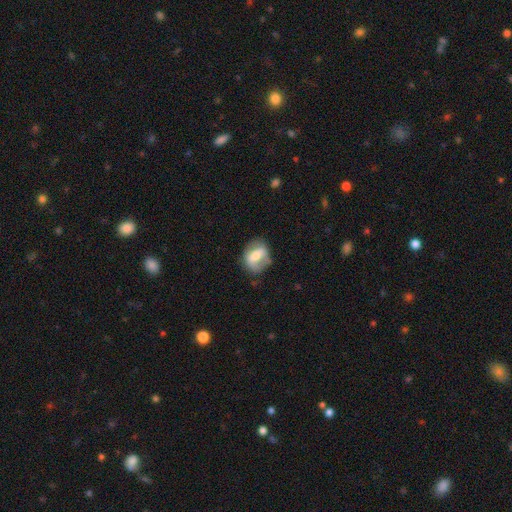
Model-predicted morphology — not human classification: Overall: smooth (48%; featured or disk 44%). Merging: none (61%; minor disturbance 25%).